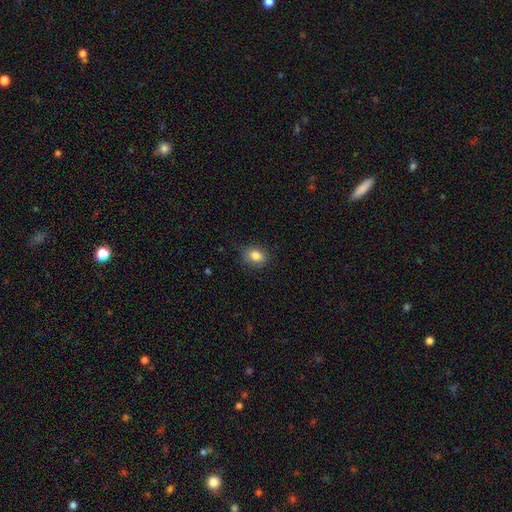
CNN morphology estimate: Smooth or featured: smooth — 83% (star or artifact — 9%)
How rounded: in between — 63% (round — 36%)
Merging: none — 79% (minor disturbance — 16%)